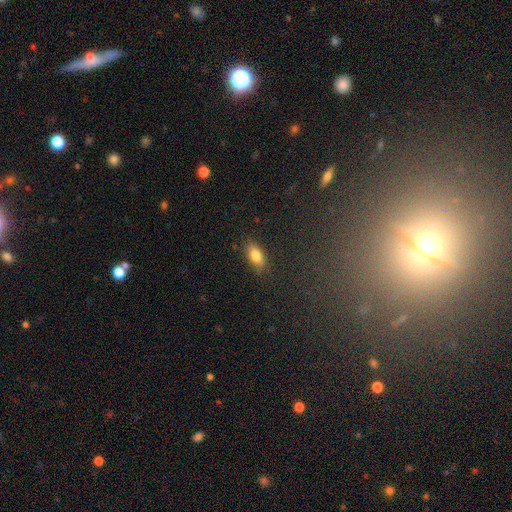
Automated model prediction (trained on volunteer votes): Smooth or featured: smooth — 81% (featured or disk — 11%)
How rounded: in between — 85% (cigar-shaped — 12%)
Merging: none — 84% (minor disturbance — 12%)